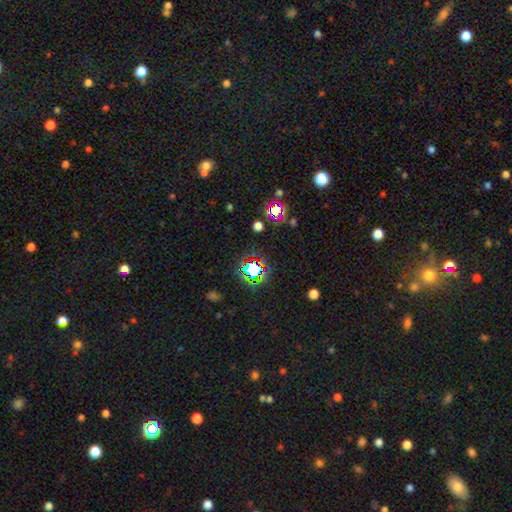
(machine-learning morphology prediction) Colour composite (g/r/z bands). It shows a star or artifact, not a galaxy (76%).